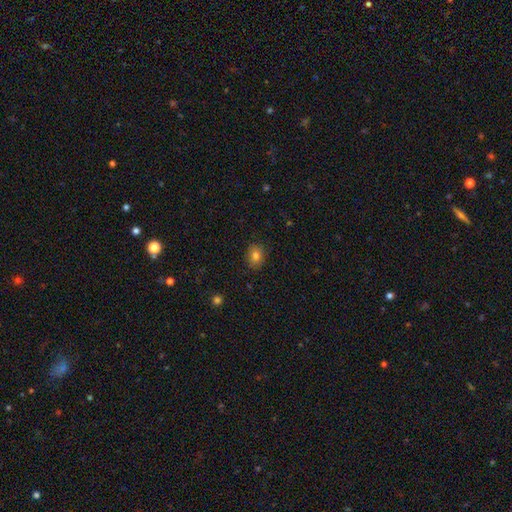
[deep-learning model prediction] The model was most divided on "how rounded": round: 52%, in between: 47%, cigar-shaped: 1%. More confident: merging — none (87%); smooth or featured — smooth (81%).